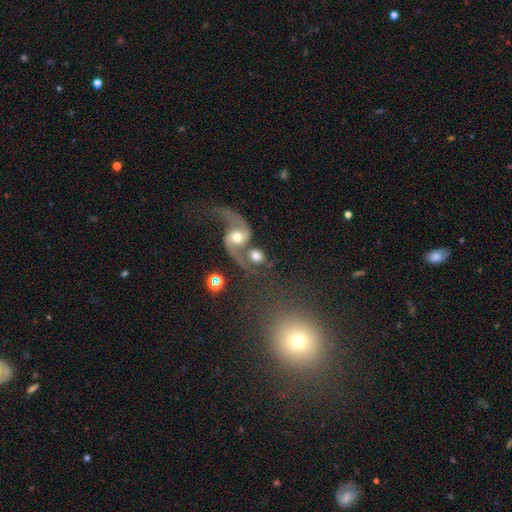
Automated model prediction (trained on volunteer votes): Smooth or featured? Predicted: featured or disk (p=0.72). Edge-on disk? Predicted: no (p=0.97). Bar? Predicted: no (p=0.60). Spiral arms? Predicted: yes (p=0.92). Spiral winding? Predicted: loose (p=0.78). Spiral arm count? Predicted: 2 (p=0.90). Bulge size? Predicted: moderate (p=0.59). Merging? Predicted: merger (p=0.39).